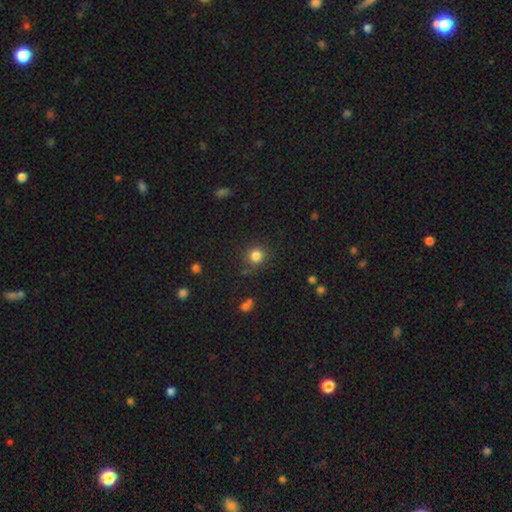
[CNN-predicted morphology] smooth 83%, star or artifact 12%, featured or disk 5%. Down the decision tree: how rounded — round (91%); merging — none (85%).